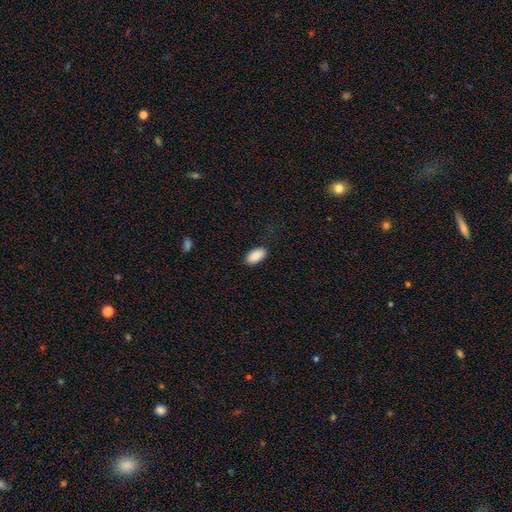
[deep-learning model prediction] Q: Smooth or featured?
A: smooth (90%); runner-up: star or artifact (7%)
Q: How rounded?
A: in between (94%); runner-up: round (3%)
Q: Merging?
A: none (84%); runner-up: minor disturbance (11%)